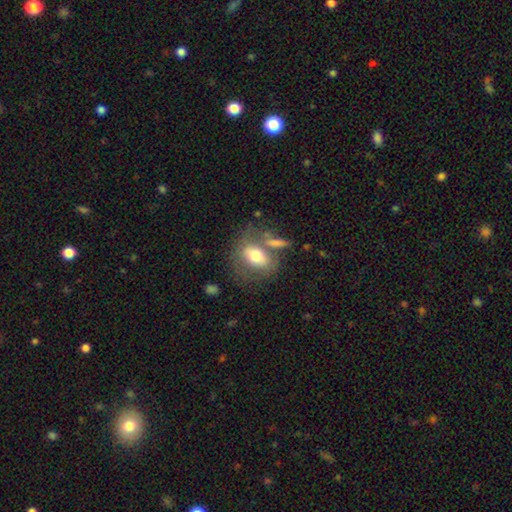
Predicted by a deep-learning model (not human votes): This is likely a smooth galaxy (63%). How rounded: likely in between (66%). Merging: possibly none (51%).